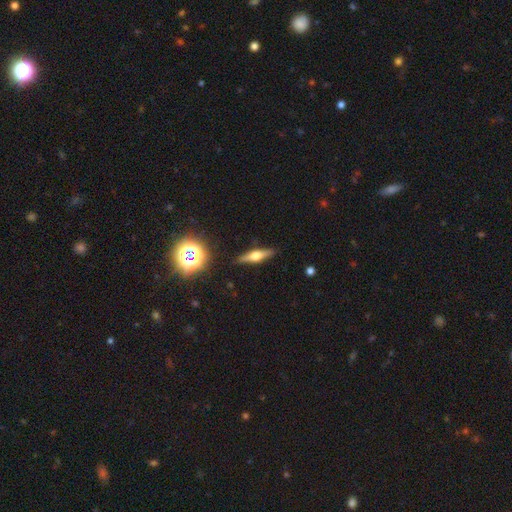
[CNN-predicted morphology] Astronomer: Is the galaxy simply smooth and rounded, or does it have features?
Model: featured or disk — 63%.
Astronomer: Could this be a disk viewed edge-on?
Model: yes — 95%.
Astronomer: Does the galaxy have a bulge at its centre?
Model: rounded — 92%.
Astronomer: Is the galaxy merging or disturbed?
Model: none — 89%.